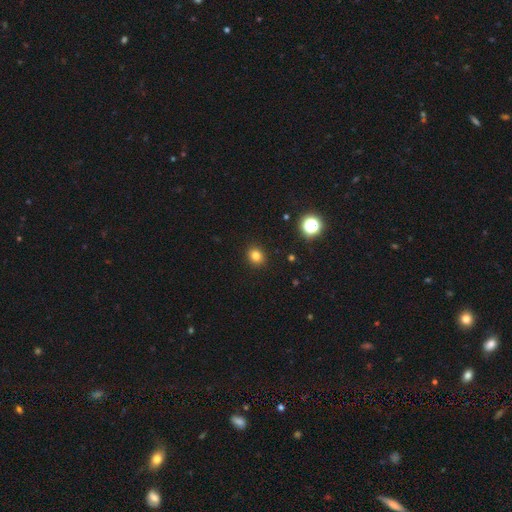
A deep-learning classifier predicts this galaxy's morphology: Smooth or featured? Predicted: smooth (p=0.81). How rounded? Predicted: round (p=0.70). Merging? Predicted: none (p=0.91).